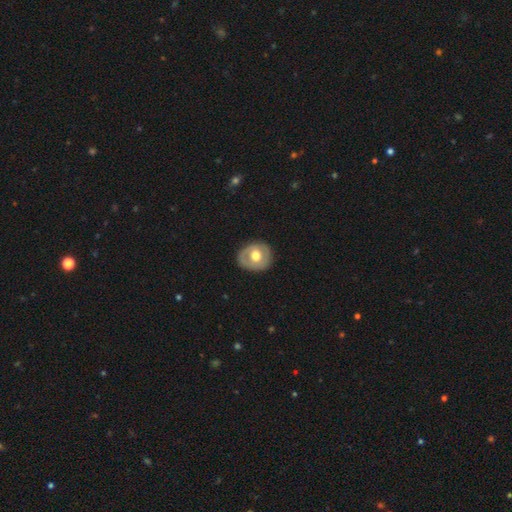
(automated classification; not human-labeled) This appears to be a featured or disk galaxy (50%). Merging: none (82%).